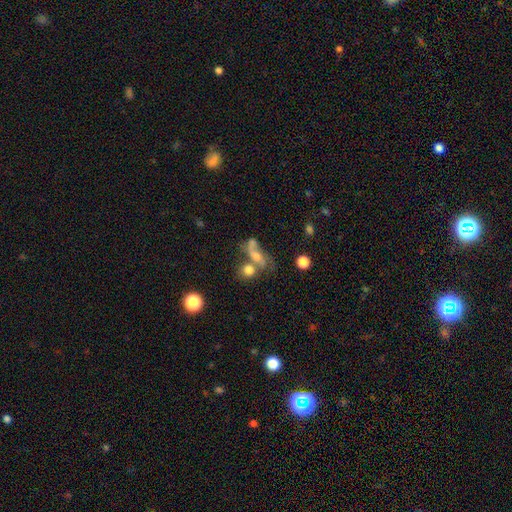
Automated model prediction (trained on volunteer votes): Morphology: type=featured or disk (41%); merging=merger (42%).